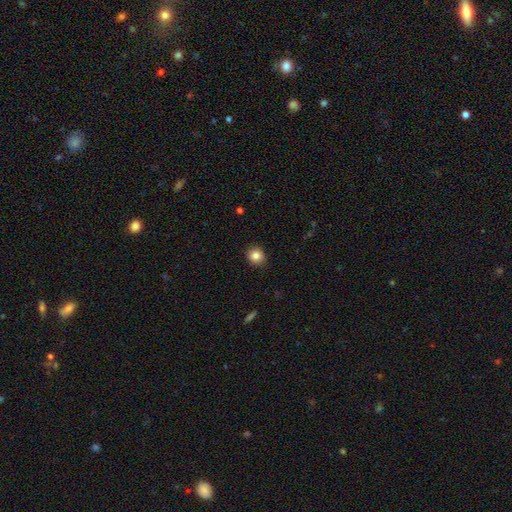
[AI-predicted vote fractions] smooth 84%, star or artifact 10%, featured or disk 6%. Down the decision tree: how rounded — round (83%); merging — none (90%).